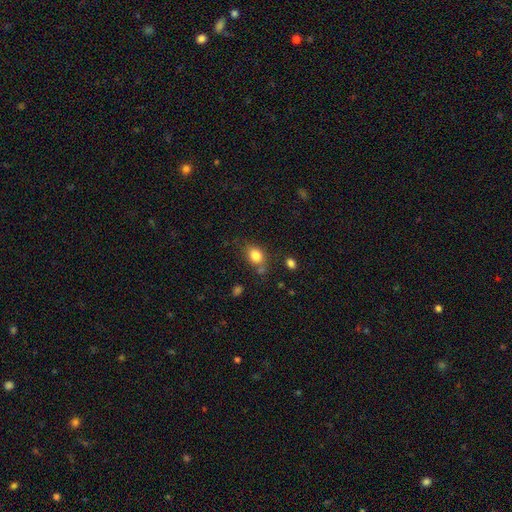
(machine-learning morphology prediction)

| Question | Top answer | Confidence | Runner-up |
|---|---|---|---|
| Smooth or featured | smooth | 83% | star or artifact (10%) |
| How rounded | in between | 57% | round (42%) |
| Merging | none | 68% | minor disturbance (18%) |